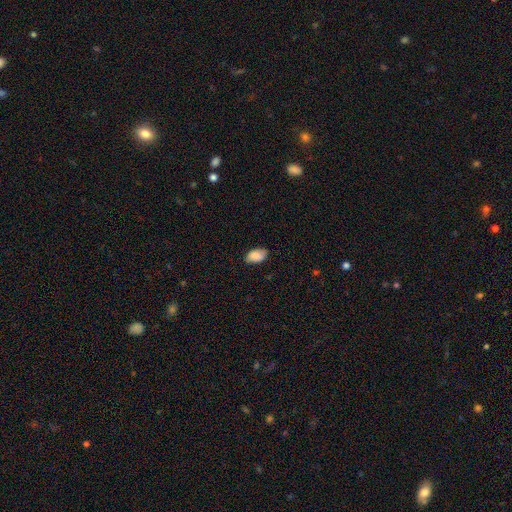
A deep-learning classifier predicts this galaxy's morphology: type=smooth (84%); roundness=in between (93%); merging=none (77%).